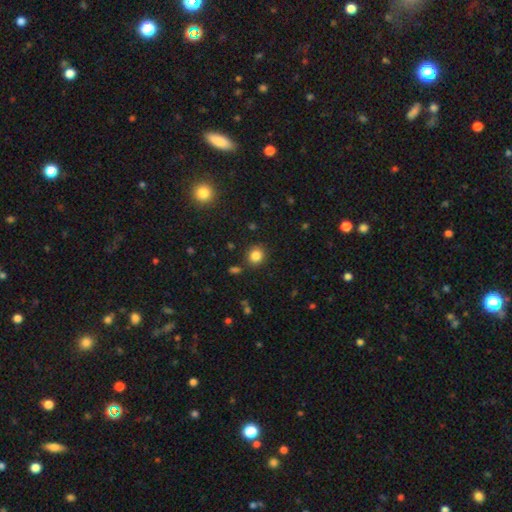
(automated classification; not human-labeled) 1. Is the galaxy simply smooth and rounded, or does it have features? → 84% smooth, 11% star or artifact, 5% featured or disk.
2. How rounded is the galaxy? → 81% round, 18% in between, 1% cigar-shaped.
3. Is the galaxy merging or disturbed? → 85% none, 9% minor disturbance, 3% merger, 3% major disturbance.